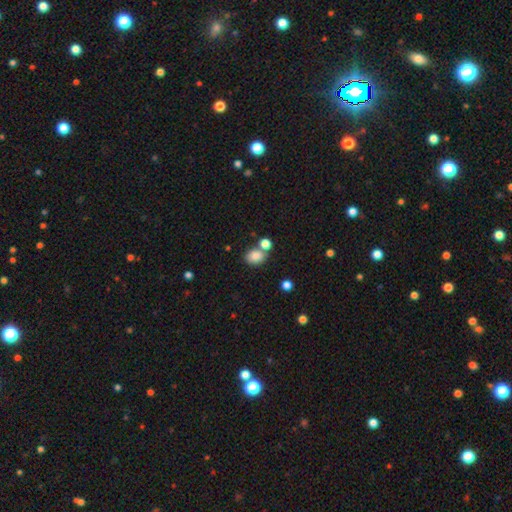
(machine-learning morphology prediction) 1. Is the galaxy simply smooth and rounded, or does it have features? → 83% smooth, 10% star or artifact, 6% featured or disk.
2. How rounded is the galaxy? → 56% in between, 43% round, 1% cigar-shaped.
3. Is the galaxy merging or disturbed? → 59% none, 24% merger, 12% minor disturbance, 4% major disturbance.